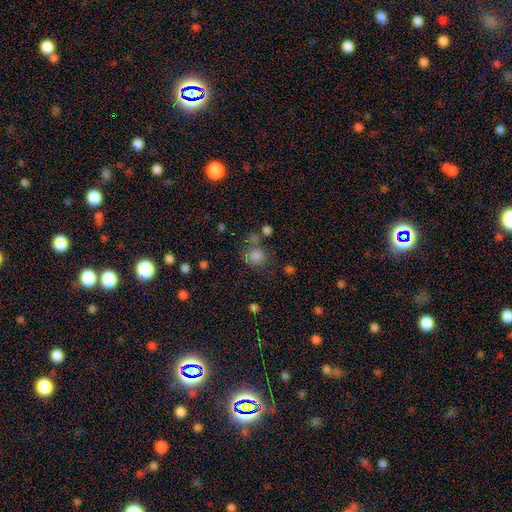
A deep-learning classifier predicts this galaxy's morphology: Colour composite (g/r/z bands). It shows a smooth galaxy with no disk features (67%) that is round (80%). Merging: none (64%).